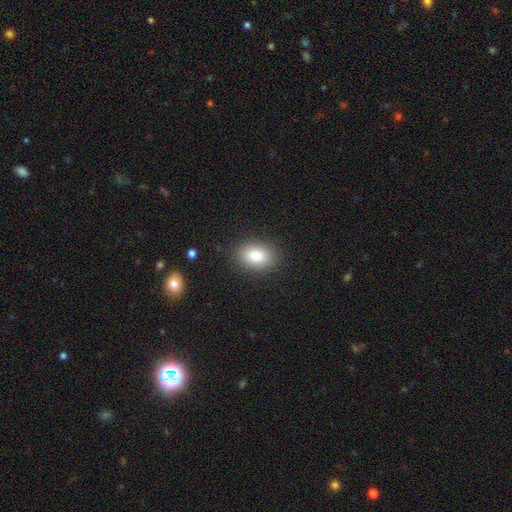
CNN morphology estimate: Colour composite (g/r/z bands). It shows a smooth galaxy with no disk features (85%) that is in between round and cigar-shaped (86%). Merging: none (87%).